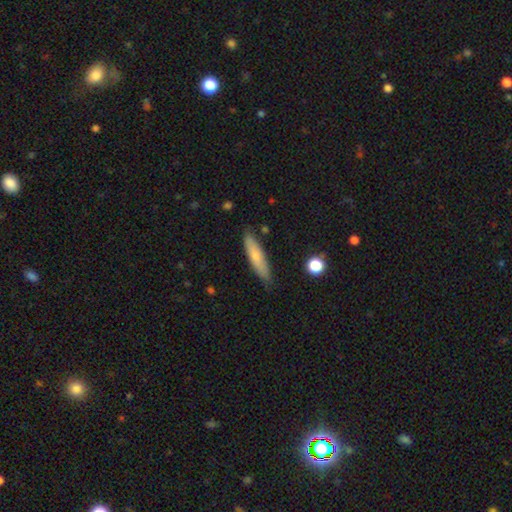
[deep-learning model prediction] Overall: smooth (68%). How rounded: cigar-shaped (75%). Merging: none (77%).